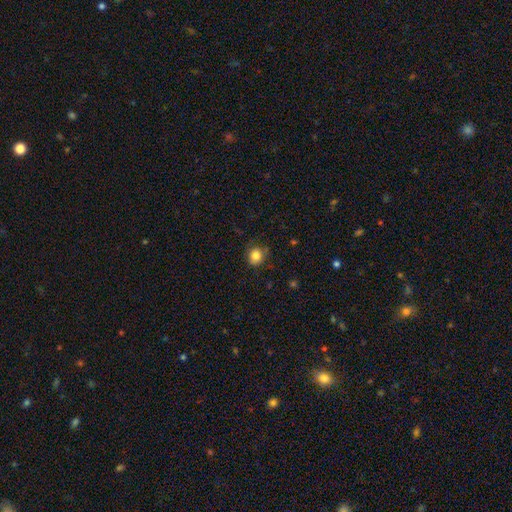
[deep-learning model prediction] Smooth or featured? smooth (83%)
How rounded? round (77%)
Merging? none (76%)